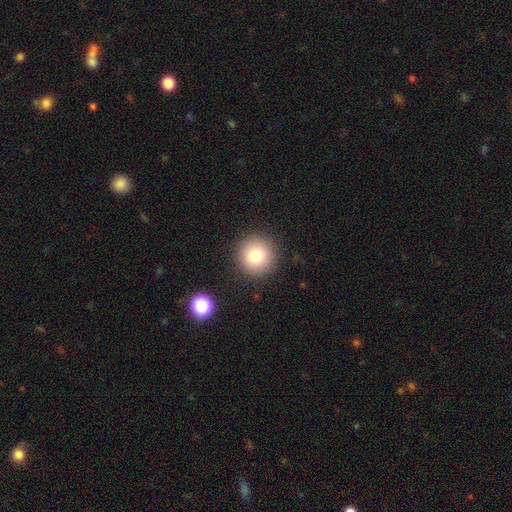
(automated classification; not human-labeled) A smooth galaxy with no disk features (79%) that is round (95%). Merging: none (91%).